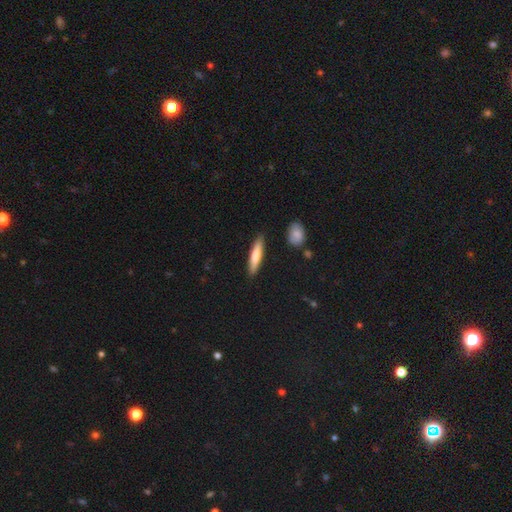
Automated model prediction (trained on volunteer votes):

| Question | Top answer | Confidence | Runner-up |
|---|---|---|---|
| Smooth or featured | smooth | 73% | featured or disk (22%) |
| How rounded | cigar-shaped | 85% | in between (14%) |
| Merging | none | 88% | minor disturbance (9%) |